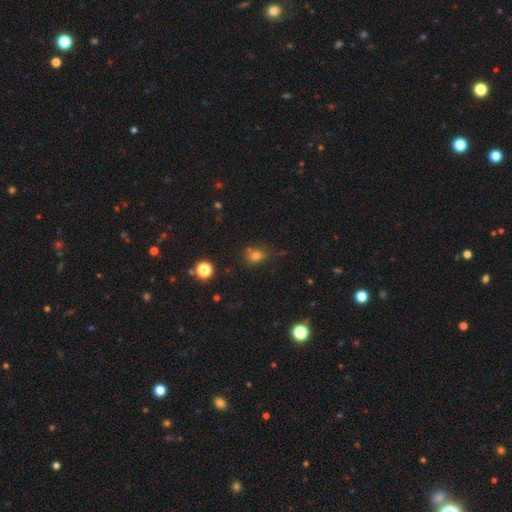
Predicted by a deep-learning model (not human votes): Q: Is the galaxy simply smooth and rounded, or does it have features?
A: smooth — 73%.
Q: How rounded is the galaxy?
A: round — 49%, tied with in between.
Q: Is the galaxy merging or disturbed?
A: none — 60%.